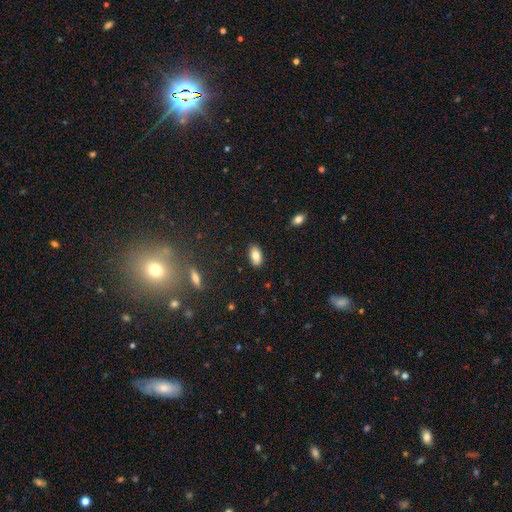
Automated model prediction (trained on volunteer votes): smooth_or_featured: smooth (p=0.81) [alt: featured or disk p=0.11]
how_rounded: in between (p=0.92) [alt: round p=0.04]
merging: none (p=0.87) [alt: minor disturbance p=0.09]